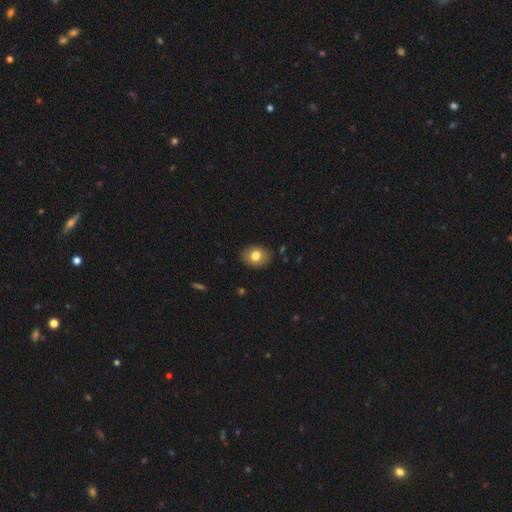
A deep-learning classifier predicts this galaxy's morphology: A smooth galaxy with no disk features (79%) that is in between round and cigar-shaped (56%). Merging: none (87%).